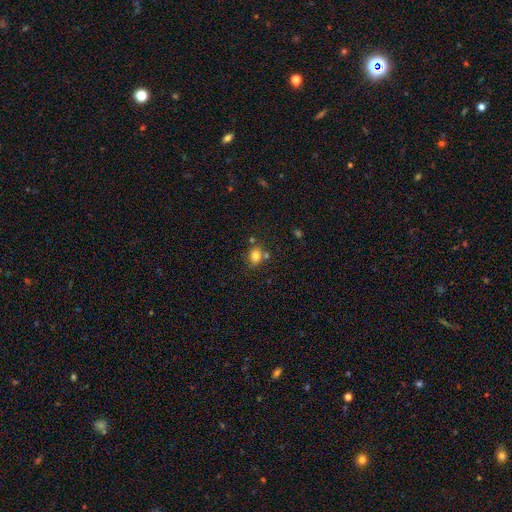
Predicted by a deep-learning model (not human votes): smooth_or_featured: smooth (p=0.79) [alt: star or artifact p=0.12]
how_rounded: in between (p=0.54) [alt: round p=0.45]
merging: none (p=0.61) [alt: merger p=0.17]